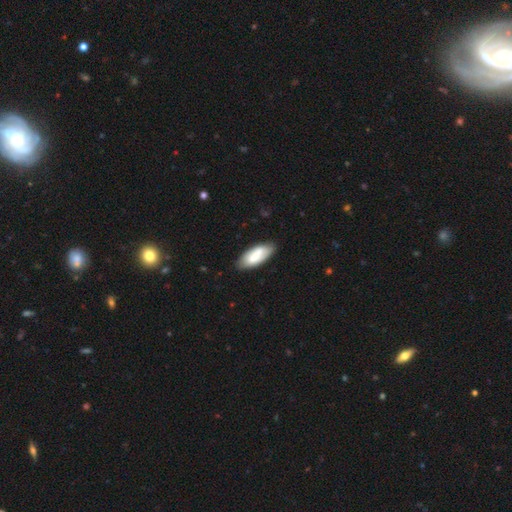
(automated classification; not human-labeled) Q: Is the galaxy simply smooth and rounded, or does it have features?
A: smooth — 72%.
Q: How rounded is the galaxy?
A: in between — 84%.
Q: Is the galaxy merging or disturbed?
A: none — 79%.